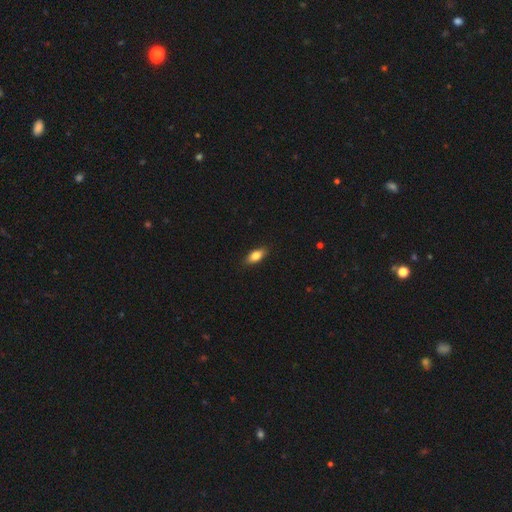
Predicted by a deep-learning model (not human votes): Smooth or featured?
  - smooth: 80% *
  - featured or disk: 13%
  - star or artifact: 7%
How rounded?
  - in between: 84% *
  - cigar-shaped: 12%
  - round: 4%
Merging?
  - none: 88% *
  - minor disturbance: 9%
  - major disturbance: 2%
  - merger: 1%